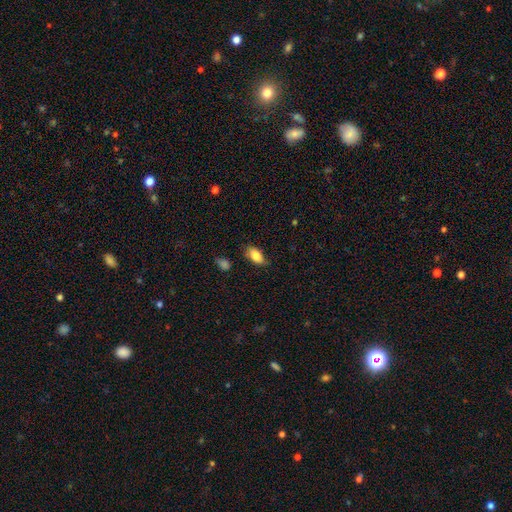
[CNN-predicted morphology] Overall: smooth (84%). How rounded: in between (90%). Merging: none (64%; minor disturbance 28%).